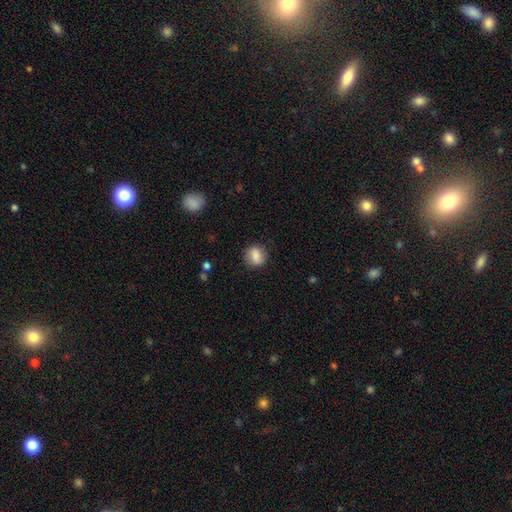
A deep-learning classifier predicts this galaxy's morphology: type=smooth (80%); roundness=round (59%); merging=none (81%).